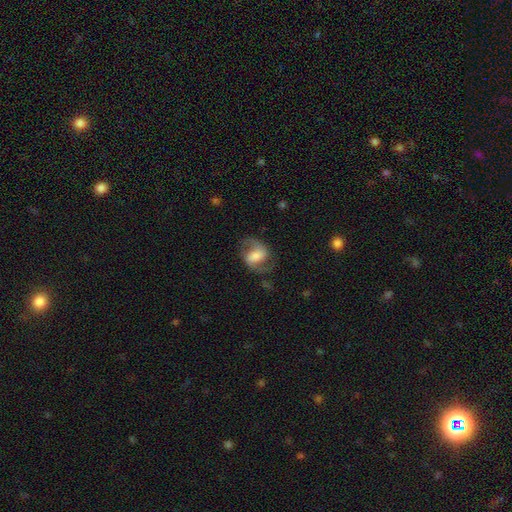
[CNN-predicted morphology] This appears to be a featured or disk galaxy (74%) with a weak bar (43%), 2 (91%) medium (49%) spiral arms (93%) and a moderate central bulge (34%). Merging: none (71%).